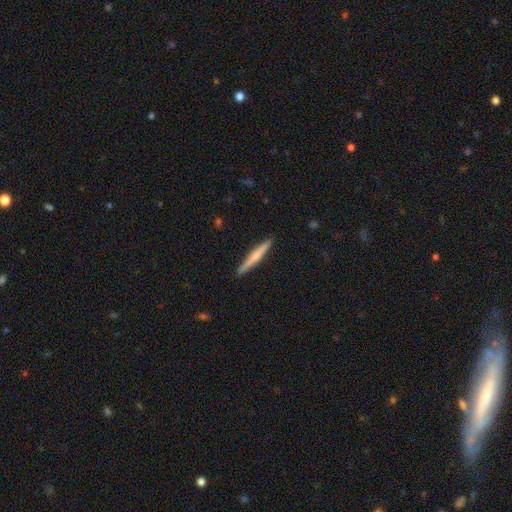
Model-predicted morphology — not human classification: Smooth or featured?
  - featured or disk: 47% * (tied)
  - smooth: 47% * (tied)
  - star or artifact: 5%
Merging?
  - none: 91% *
  - minor disturbance: 6%
  - major disturbance: 1%
  - merger: 1%